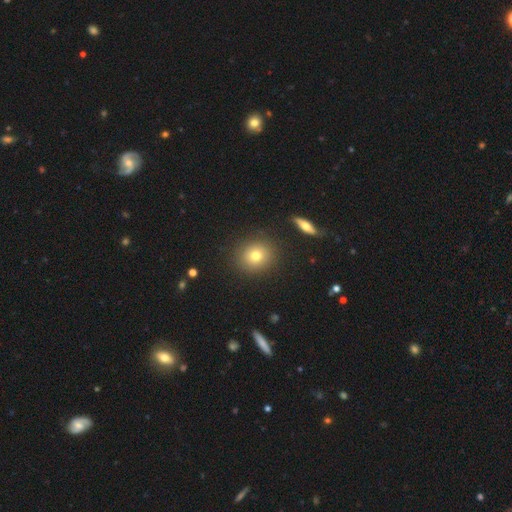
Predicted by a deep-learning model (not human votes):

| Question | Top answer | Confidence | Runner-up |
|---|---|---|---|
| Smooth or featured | smooth | 75% | featured or disk (13%) |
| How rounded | round | 81% | in between (18%) |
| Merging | none | 87% | minor disturbance (8%) |